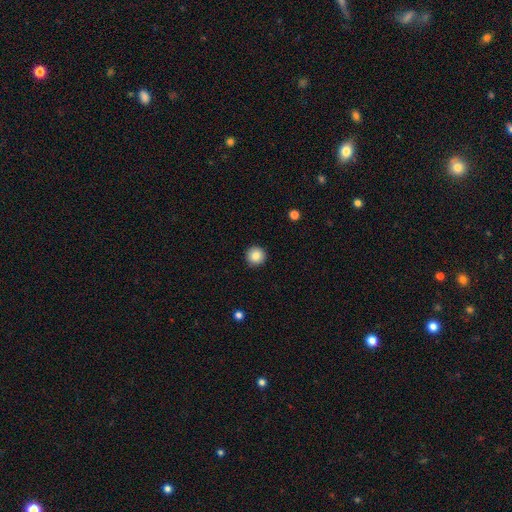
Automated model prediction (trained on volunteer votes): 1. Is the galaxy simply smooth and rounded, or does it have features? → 85% smooth, 9% star or artifact, 5% featured or disk.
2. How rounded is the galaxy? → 96% round, 3% in between, 1% cigar-shaped.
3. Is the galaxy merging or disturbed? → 92% none, 5% minor disturbance, 2% major disturbance, 1% merger.